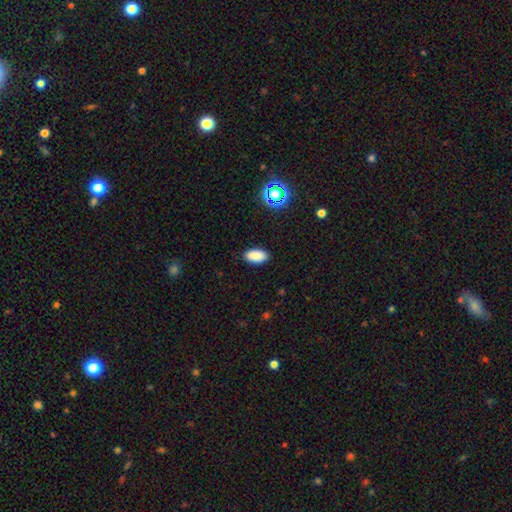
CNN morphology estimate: type=smooth (87%); roundness=in between (94%); merging=none (88%).